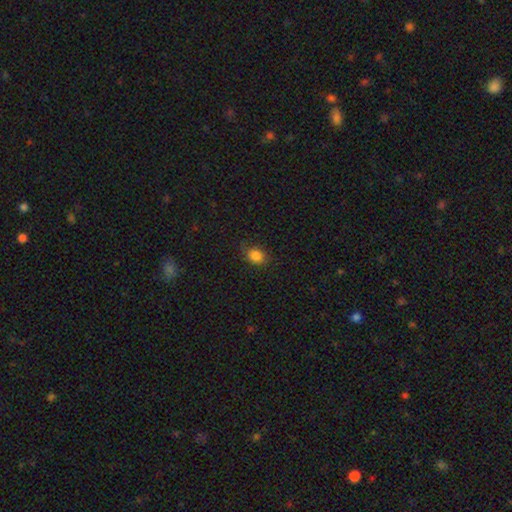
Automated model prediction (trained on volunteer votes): smooth-or-featured: smooth: 84% | star or artifact: 12% | featured or disk: 4%
  how-rounded: round: 51% | in between: 48% | cigar-shaped: 1%
  merging: none: 77% | minor disturbance: 17% | major disturbance: 4% | merger: 1%